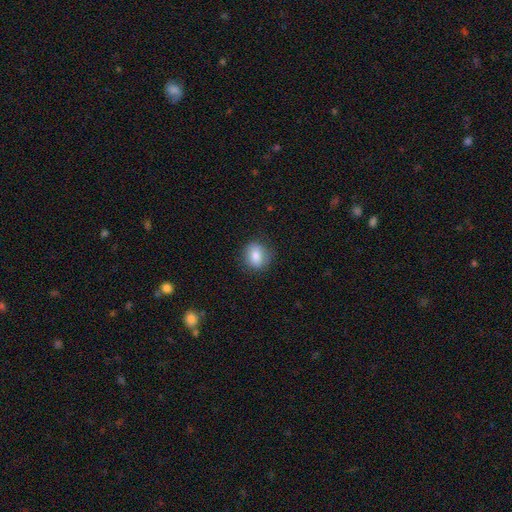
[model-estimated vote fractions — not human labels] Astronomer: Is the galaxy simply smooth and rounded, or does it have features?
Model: smooth — 81%.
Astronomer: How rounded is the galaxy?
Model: round — 66%.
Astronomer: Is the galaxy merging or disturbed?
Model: none — 83%.